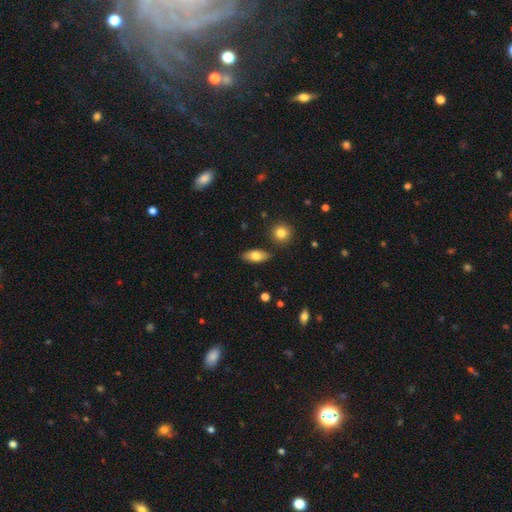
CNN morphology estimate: Q: Smooth or featured?
A: smooth (75%); runner-up: featured or disk (19%)
Q: How rounded?
A: in between (84%); runner-up: cigar-shaped (12%)
Q: Merging?
A: none (83%); runner-up: minor disturbance (11%)